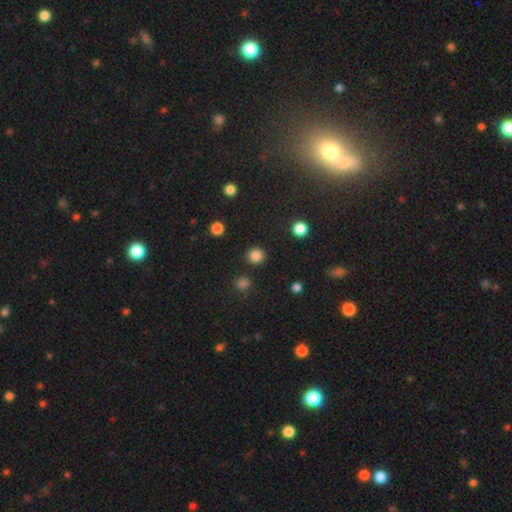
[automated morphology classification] A smooth galaxy with no disk features (84%) that is round (92%).

Vote fractions:
- Smooth or featured? smooth: 84% / star or artifact: 13% / featured or disk: 3%
- How rounded? round: 92% / in between: 7% / cigar-shaped: 1%
- Merging? none: 90% / minor disturbance: 5% / major disturbance: 2% / merger: 2%